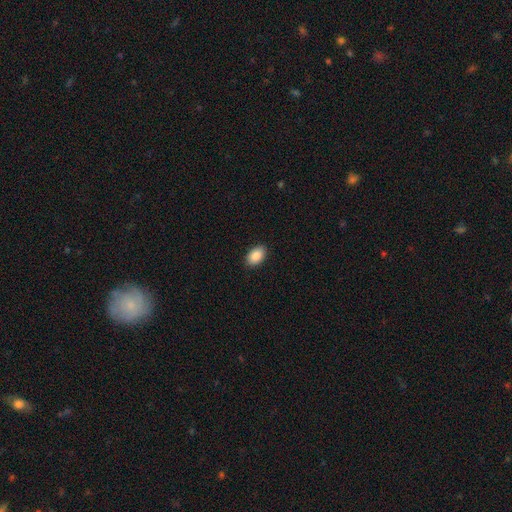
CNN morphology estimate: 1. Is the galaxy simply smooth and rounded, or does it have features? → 88% smooth, 7% star or artifact, 5% featured or disk.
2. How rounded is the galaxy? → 90% in between, 9% round, 1% cigar-shaped.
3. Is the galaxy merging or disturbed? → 90% none, 7% minor disturbance, 2% major disturbance, 1% merger.